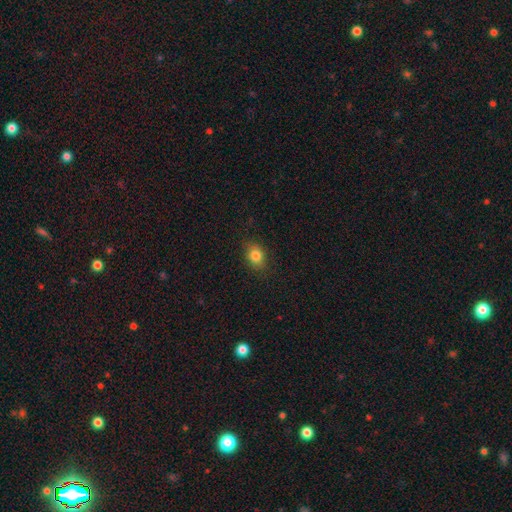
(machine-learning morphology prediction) A smooth galaxy with no disk features (83%) that is in between round and cigar-shaped (57%). Merging: none (83%).